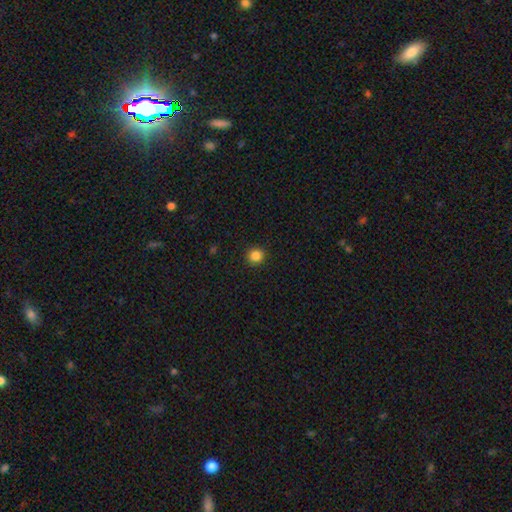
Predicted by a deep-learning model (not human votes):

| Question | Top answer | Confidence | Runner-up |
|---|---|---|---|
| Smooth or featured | smooth | 85% | star or artifact (11%) |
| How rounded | round | 93% | in between (6%) |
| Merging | none | 92% | minor disturbance (5%) |